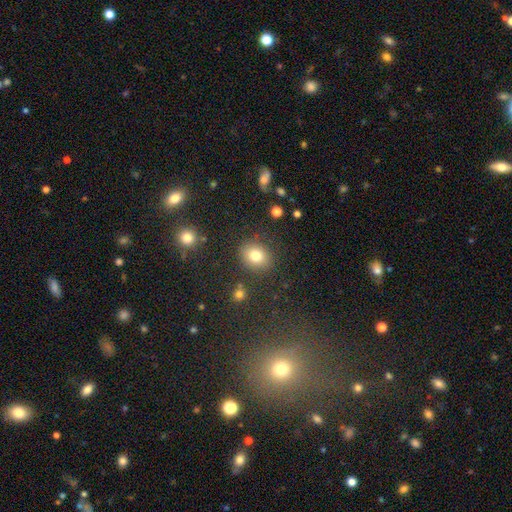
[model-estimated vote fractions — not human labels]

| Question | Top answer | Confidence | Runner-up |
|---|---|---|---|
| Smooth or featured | smooth | 79% | star or artifact (12%) |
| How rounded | round | 66% | in between (33%) |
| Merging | none | 85% | minor disturbance (9%) |